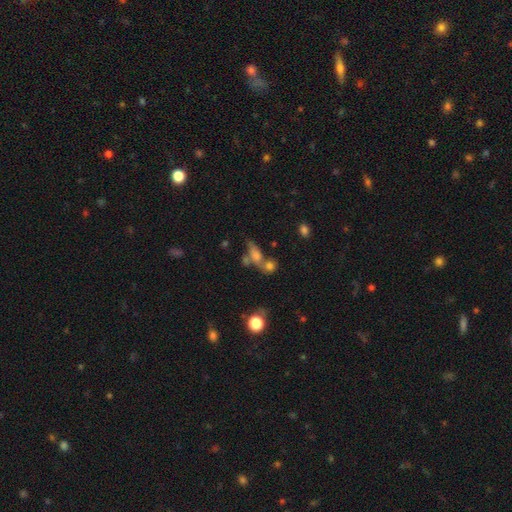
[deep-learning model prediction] Smooth or featured? smooth (58%)
How rounded? in between (56%)
Merging? merger (37%)